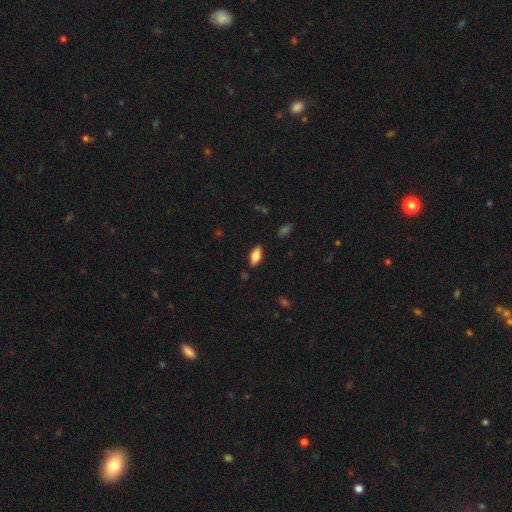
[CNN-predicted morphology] Overall: smooth (76%). How rounded: in between (83%). Merging: none (86%).